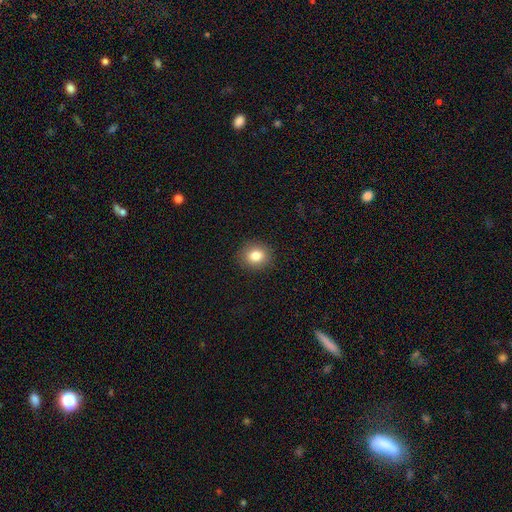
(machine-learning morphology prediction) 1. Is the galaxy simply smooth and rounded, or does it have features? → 83% smooth, 10% star or artifact, 7% featured or disk.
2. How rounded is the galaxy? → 74% round, 25% in between, 1% cigar-shaped.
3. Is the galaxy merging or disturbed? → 90% none, 7% minor disturbance, 2% major disturbance, 1% merger.